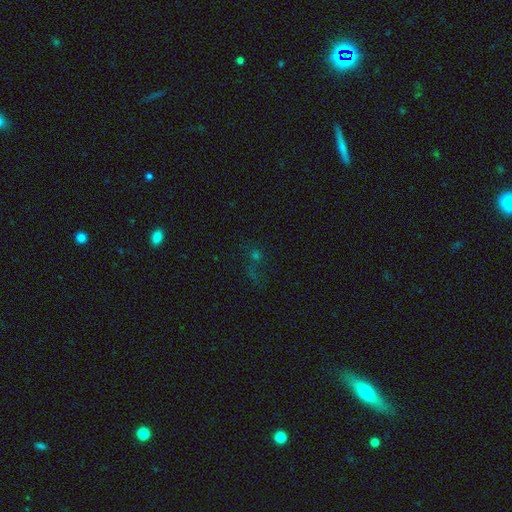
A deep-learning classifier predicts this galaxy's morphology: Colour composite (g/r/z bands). It shows a star or artifact, not a galaxy (53%).